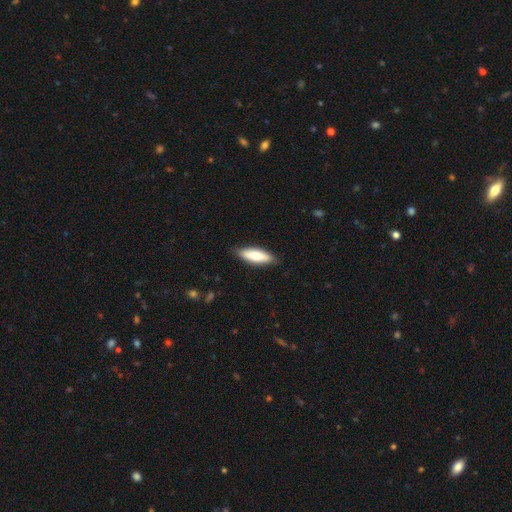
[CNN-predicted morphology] smooth 74%, featured or disk 20%, star or artifact 5%. Down the decision tree: how rounded — in between (60%); merging — none (85%).